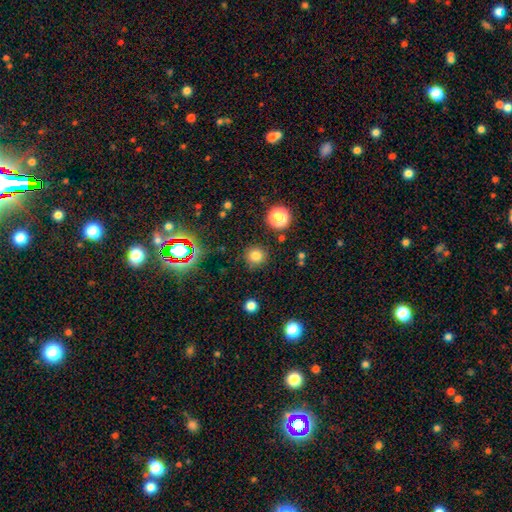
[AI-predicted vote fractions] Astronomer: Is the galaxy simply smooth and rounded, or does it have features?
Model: smooth — 77%.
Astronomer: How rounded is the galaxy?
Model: round — 94%.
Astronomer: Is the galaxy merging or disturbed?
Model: none — 87%.